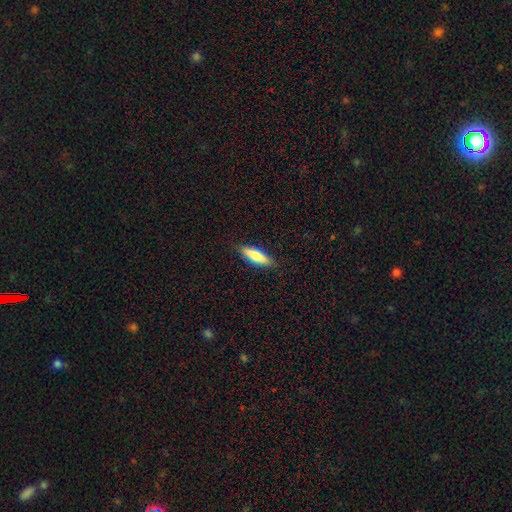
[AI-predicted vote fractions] A smooth galaxy with no disk features (73%) that is cigar-shaped (55%).

Vote fractions:
- Smooth or featured? smooth: 73% / featured or disk: 22% / star or artifact: 6%
- How rounded? cigar-shaped: 55% / in between: 43% / round: 2%
- Merging? none: 87% / minor disturbance: 10% / major disturbance: 2% / merger: 1%